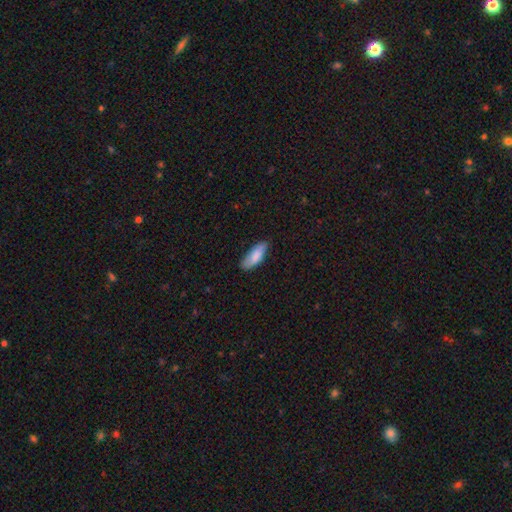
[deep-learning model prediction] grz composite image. It shows a smooth galaxy with no disk features (82%) that is in between round and cigar-shaped (70%). Merging: none (77%).